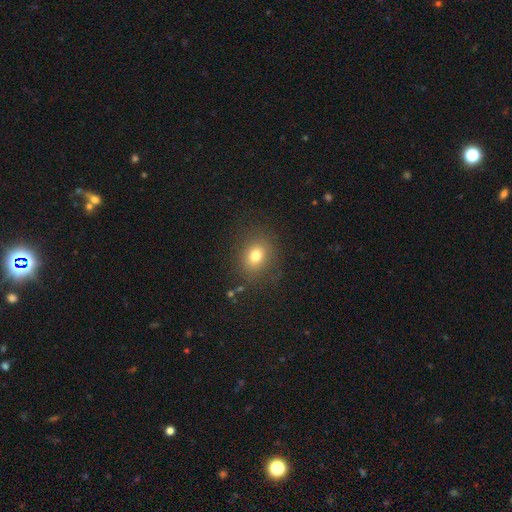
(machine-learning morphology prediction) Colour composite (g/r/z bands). It shows a smooth galaxy with no disk features (76%) that is round (58%). Merging: none (85%).